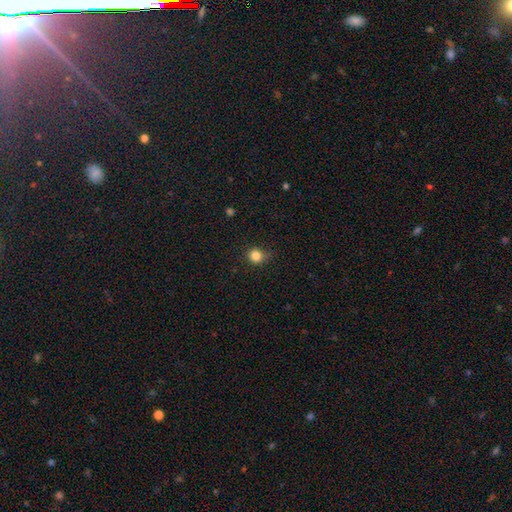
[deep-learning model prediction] smooth_or_featured: smooth (p=0.83) [alt: star or artifact p=0.12]
how_rounded: round (p=0.87) [alt: in between p=0.12]
merging: none (p=0.75) [alt: minor disturbance p=0.19]